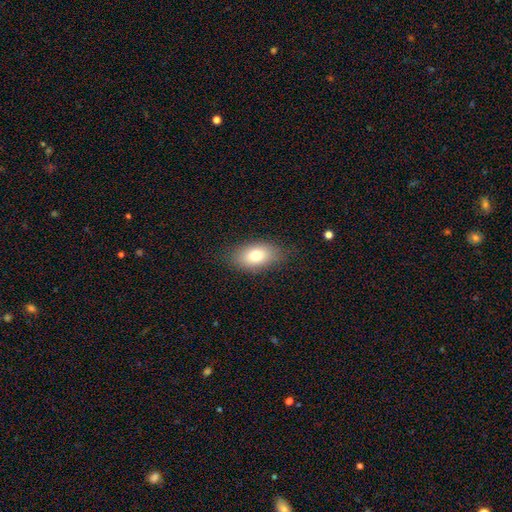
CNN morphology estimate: This is likely a smooth galaxy (76%). How rounded: clearly in between (88%). Merging: clearly none (81%).